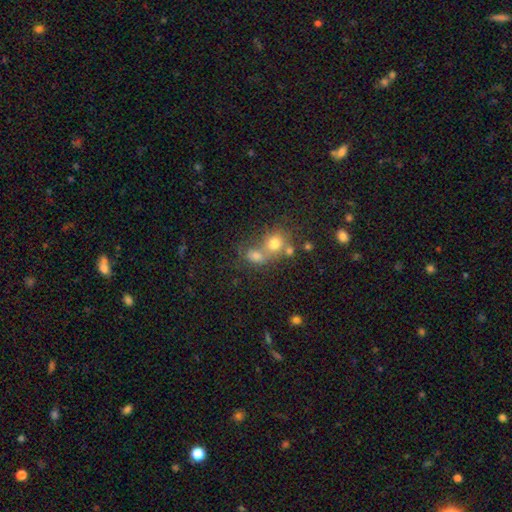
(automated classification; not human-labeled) smooth-or-featured: smooth: 70% | featured or disk: 16% | star or artifact: 15%
  how-rounded: round: 50% | in between: 49% | cigar-shaped: 2%
  merging: merger: 55% | none: 29% | minor disturbance: 9% | major disturbance: 6%